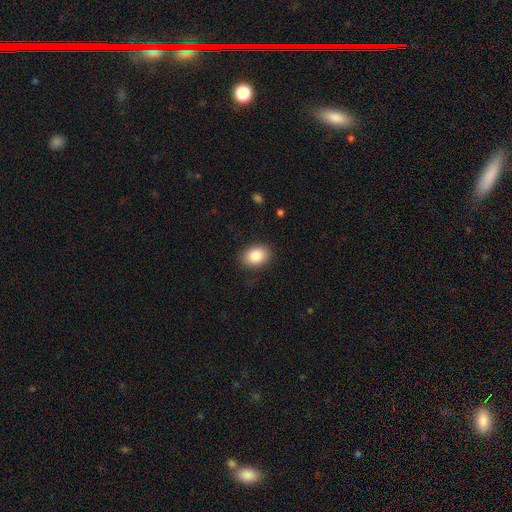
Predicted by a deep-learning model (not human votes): Q: Smooth or featured?
A: smooth (86%); runner-up: star or artifact (8%)
Q: How rounded?
A: in between (77%); runner-up: round (22%)
Q: Merging?
A: none (86%); runner-up: minor disturbance (10%)